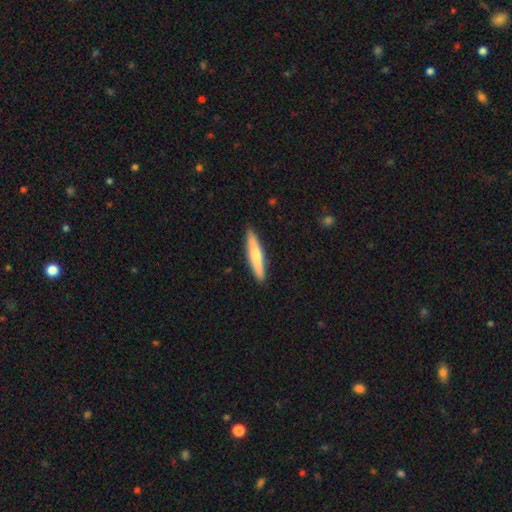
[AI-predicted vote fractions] Smooth or featured: smooth — 58% (featured or disk — 38%)
How rounded: cigar-shaped — 92% (in between — 7%)
Merging: none — 91% (minor disturbance — 6%)